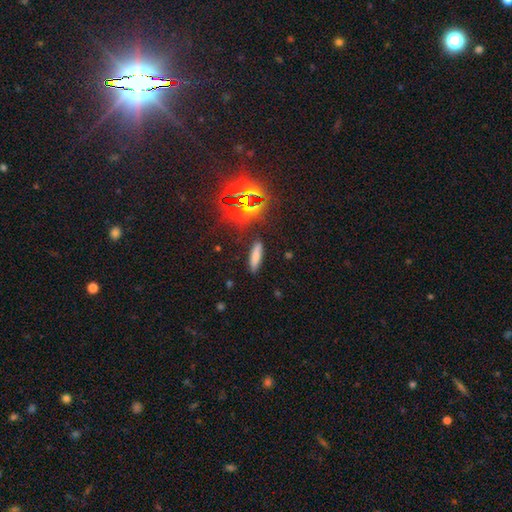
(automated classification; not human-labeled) This appears to be a smooth galaxy with no disk features (70%) that is cigar-shaped (69%). Merging: none (85%).